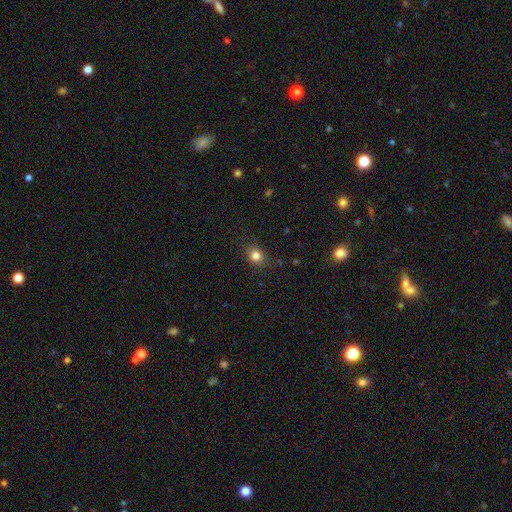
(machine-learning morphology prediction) Smooth or featured? Predicted: smooth (p=0.82). How rounded? Predicted: round (p=0.66). Merging? Predicted: none (p=0.84).